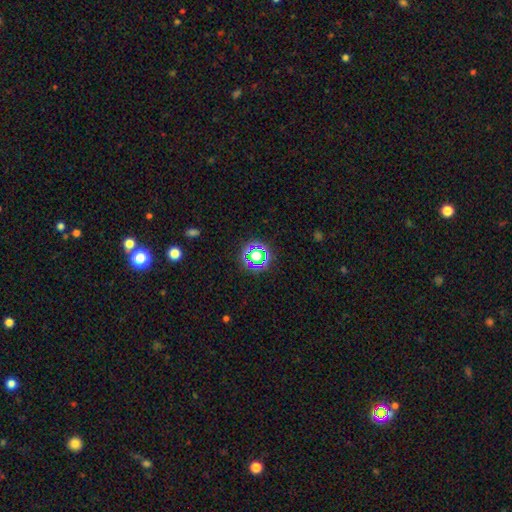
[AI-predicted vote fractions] Smooth or featured? star or artifact (50%)